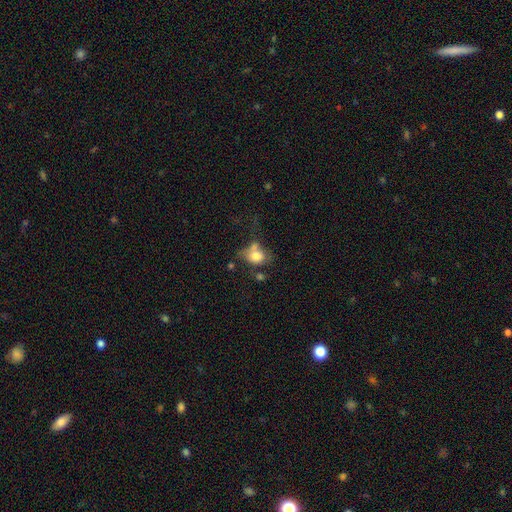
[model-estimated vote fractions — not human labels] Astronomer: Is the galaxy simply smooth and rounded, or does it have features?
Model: smooth — 73%.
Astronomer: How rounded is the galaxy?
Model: in between — 56% (runner-up: round, 43%).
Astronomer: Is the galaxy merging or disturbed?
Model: merger — 31% (runner-up: none, 30%).